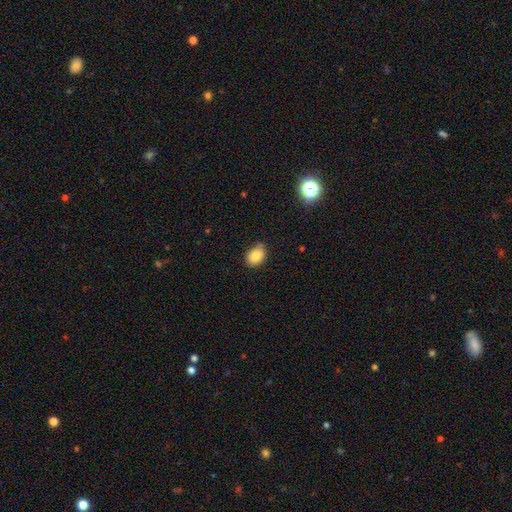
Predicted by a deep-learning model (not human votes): This appears to be a smooth galaxy with no disk features (85%) that is in between round and cigar-shaped (68%). Merging: none (79%).